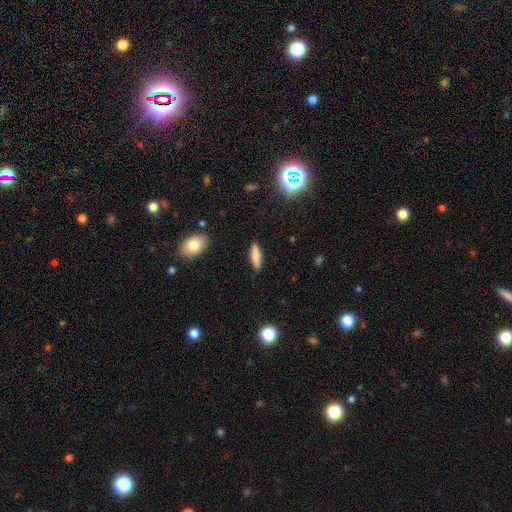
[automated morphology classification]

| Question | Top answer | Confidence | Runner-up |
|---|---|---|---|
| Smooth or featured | smooth | 77% | featured or disk (15%) |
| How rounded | cigar-shaped | 66% | in between (32%) |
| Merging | none | 87% | minor disturbance (9%) |